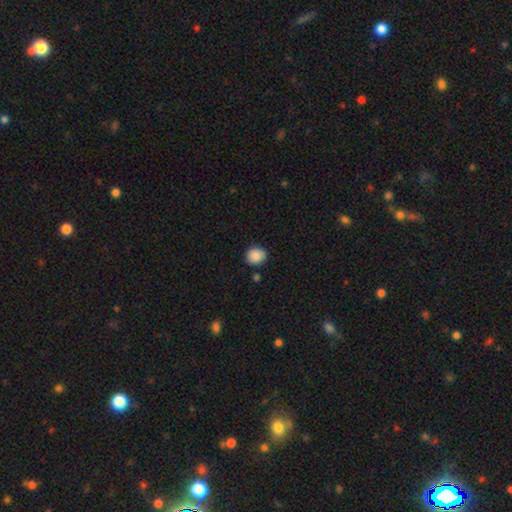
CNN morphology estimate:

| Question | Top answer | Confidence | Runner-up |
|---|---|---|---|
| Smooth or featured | smooth | 87% | star or artifact (8%) |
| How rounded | round | 83% | in between (16%) |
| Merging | none | 82% | minor disturbance (12%) |